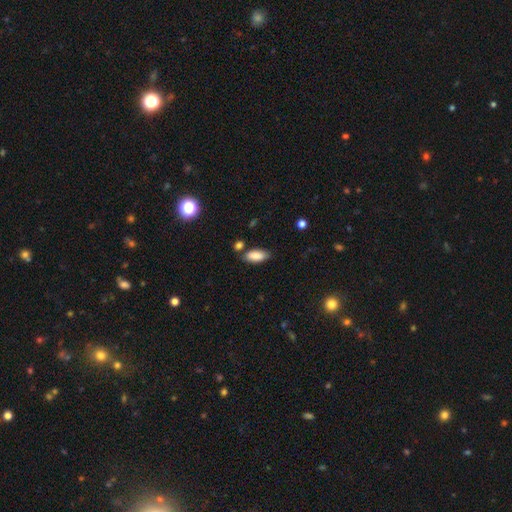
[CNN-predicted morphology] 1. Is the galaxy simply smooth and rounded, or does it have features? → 86% smooth, 7% star or artifact, 6% featured or disk.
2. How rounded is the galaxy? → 87% in between, 11% cigar-shaped, 2% round.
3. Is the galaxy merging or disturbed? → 77% none, 13% minor disturbance, 7% merger, 3% major disturbance.